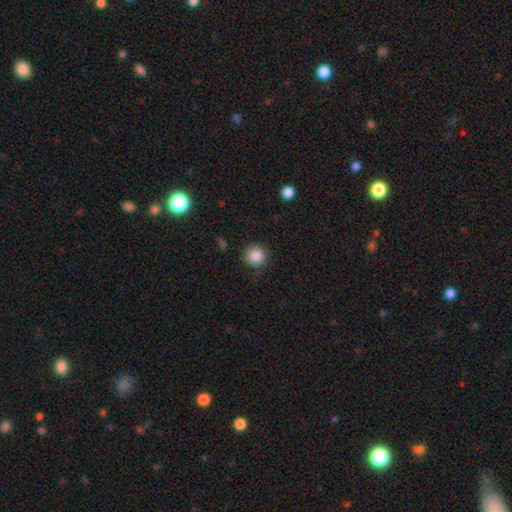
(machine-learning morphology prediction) A smooth galaxy with no disk features (86%) that is round (94%).

Vote fractions:
- Smooth or featured? smooth: 86% / star or artifact: 10% / featured or disk: 4%
- How rounded? round: 94% / in between: 5% / cigar-shaped: 1%
- Merging? none: 85% / minor disturbance: 11% / major disturbance: 3% / merger: 1%